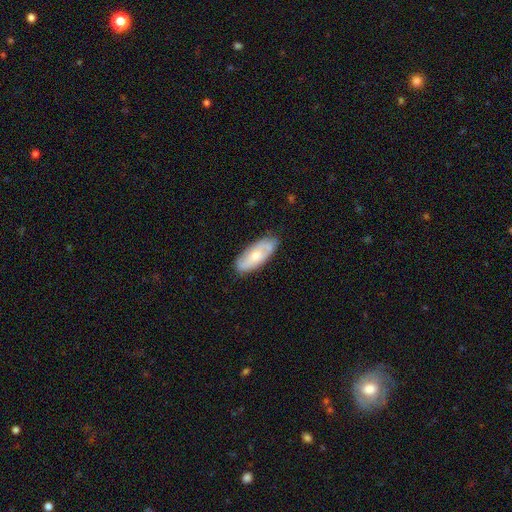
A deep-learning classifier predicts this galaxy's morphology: Q: Smooth or featured?
A: smooth (49%); runner-up: featured or disk (45%)
Q: Merging?
A: none (78%); runner-up: minor disturbance (17%)